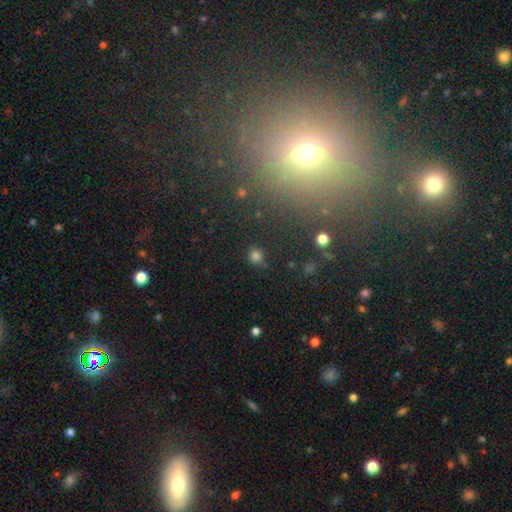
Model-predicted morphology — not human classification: This is likely a smooth galaxy (78%). How rounded: clearly round (90%). Merging: clearly none (83%).